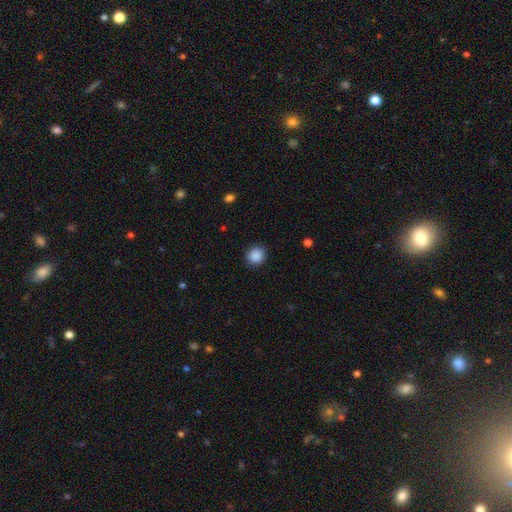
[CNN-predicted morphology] A smooth galaxy with no disk features (88%) that is round (89%).

Vote fractions:
- Smooth or featured? smooth: 88% / star or artifact: 9% / featured or disk: 3%
- How rounded? round: 89% / in between: 10% / cigar-shaped: 1%
- Merging? none: 89% / minor disturbance: 8% / major disturbance: 2% / merger: 1%